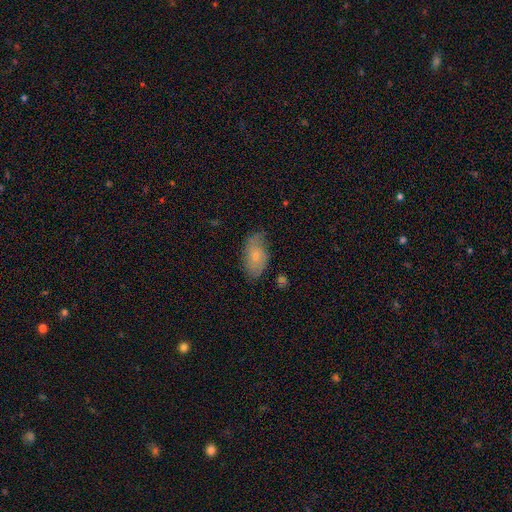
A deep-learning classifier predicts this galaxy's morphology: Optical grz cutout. It shows a smooth galaxy with no disk features (62%) that is in between round and cigar-shaped (92%). Merging: none (68%).